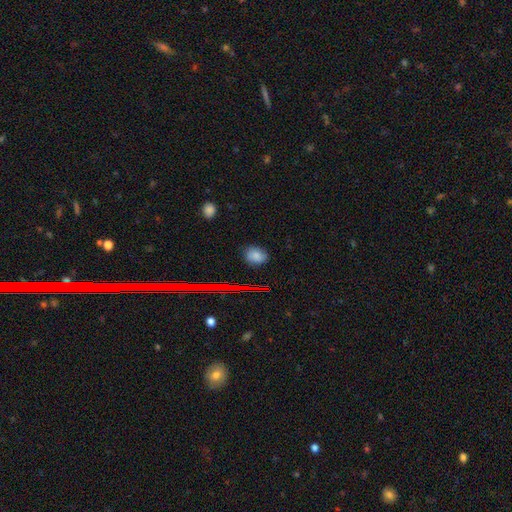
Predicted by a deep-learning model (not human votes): Q: Smooth or featured?
A: smooth (77%); runner-up: star or artifact (15%)
Q: How rounded?
A: in between (61%); runner-up: round (37%)
Q: Merging?
A: none (81%); runner-up: minor disturbance (14%)